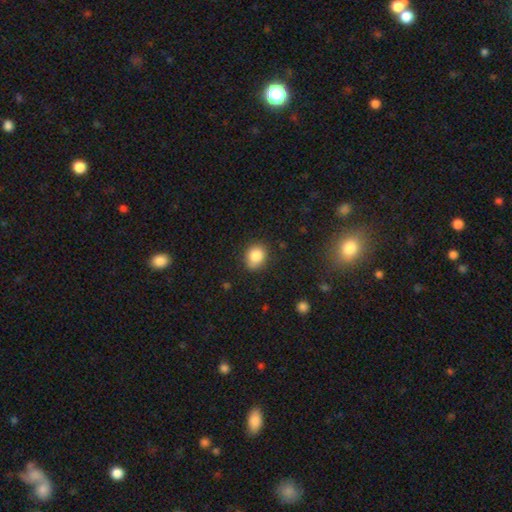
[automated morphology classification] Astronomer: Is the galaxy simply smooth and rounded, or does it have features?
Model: smooth — 84%.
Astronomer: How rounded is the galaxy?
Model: round — 63%.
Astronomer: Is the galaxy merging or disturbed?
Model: none — 79%.